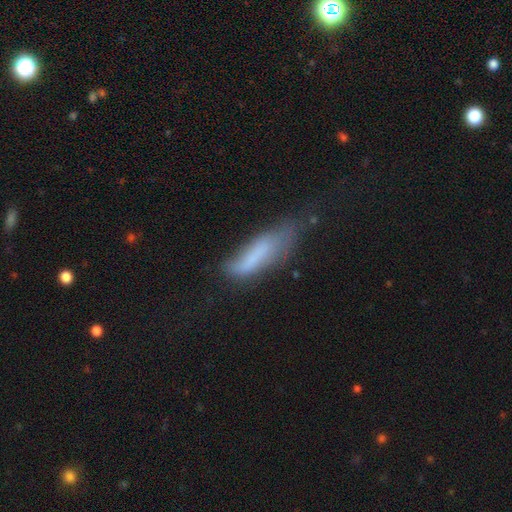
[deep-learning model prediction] smooth_or_featured: smooth (p=0.67) [alt: featured or disk p=0.23]
how_rounded: cigar-shaped (p=0.61) [alt: in between p=0.37]
merging: none (p=0.38) [alt: minor disturbance p=0.35]